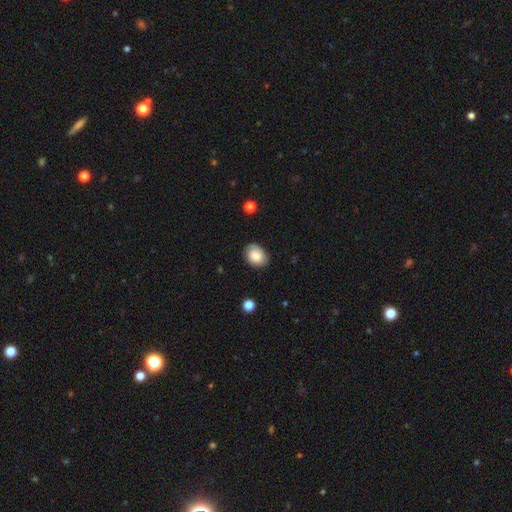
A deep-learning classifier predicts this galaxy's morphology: Smooth or featured? smooth (75%)
How rounded? in between (64%)
Merging? none (77%)